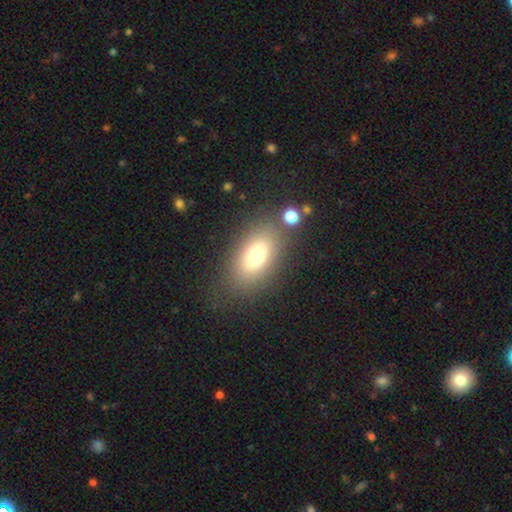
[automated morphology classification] This appears to be a smooth galaxy with no disk features (73%) that is in between round and cigar-shaped (85%). Merging: none (77%).